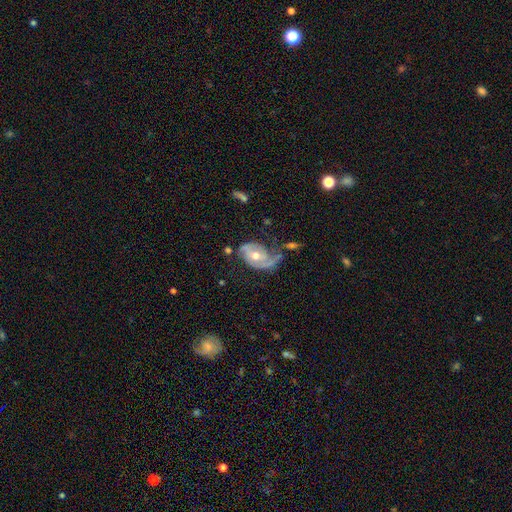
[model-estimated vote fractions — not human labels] This appears to be a featured or disk galaxy (79%) with no bar (67%), 2 (47%) tight (38%) spiral arms (87%) and a moderate central bulge (72%). Merging: none (38%).